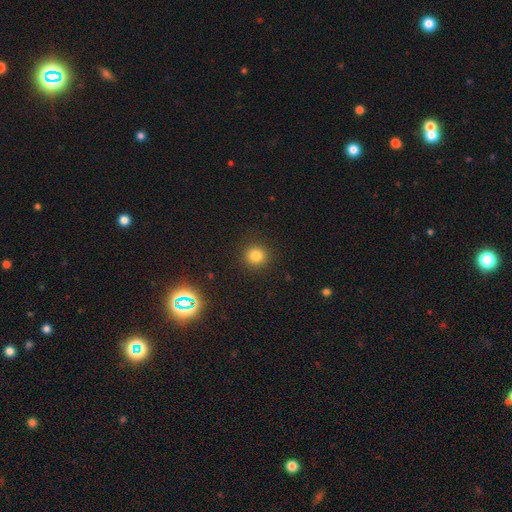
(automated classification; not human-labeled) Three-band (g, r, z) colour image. It shows a smooth galaxy with no disk features (80%) that is round (93%). Merging: none (91%).